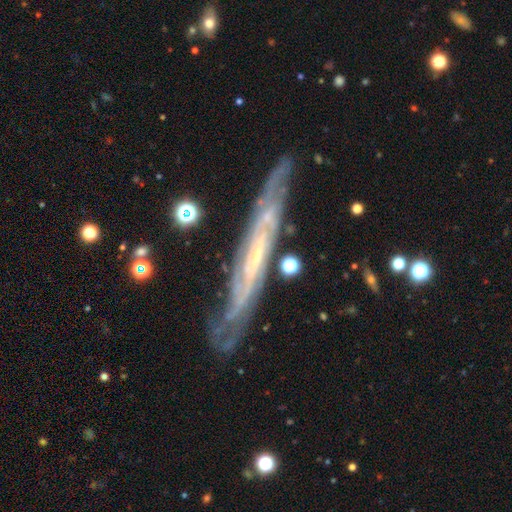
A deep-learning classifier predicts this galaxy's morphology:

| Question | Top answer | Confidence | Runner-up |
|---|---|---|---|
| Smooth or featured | featured or disk | 80% | smooth (13%) |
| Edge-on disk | yes | 56% | no (44%) |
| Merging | none | 74% | minor disturbance (18%) |